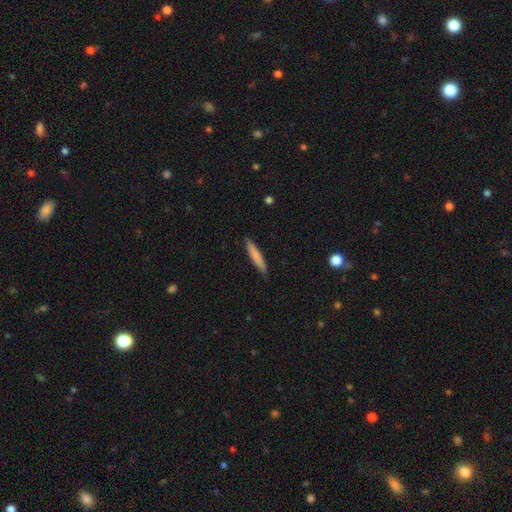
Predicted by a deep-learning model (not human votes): This appears to be a smooth galaxy with no disk features (79%) that is cigar-shaped (92%). Merging: none (88%).